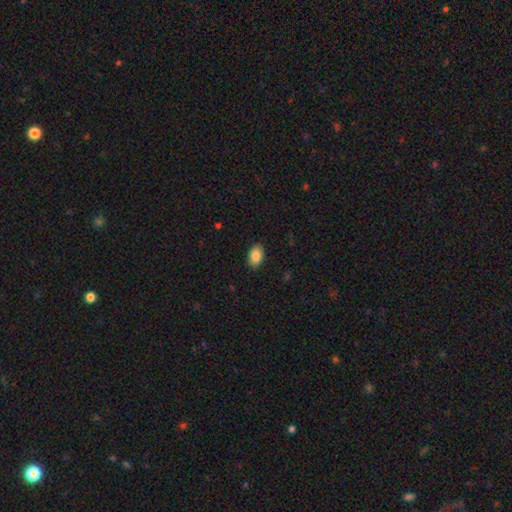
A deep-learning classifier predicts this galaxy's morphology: Smooth or featured? smooth (87%)
How rounded? in between (89%)
Merging? none (89%)